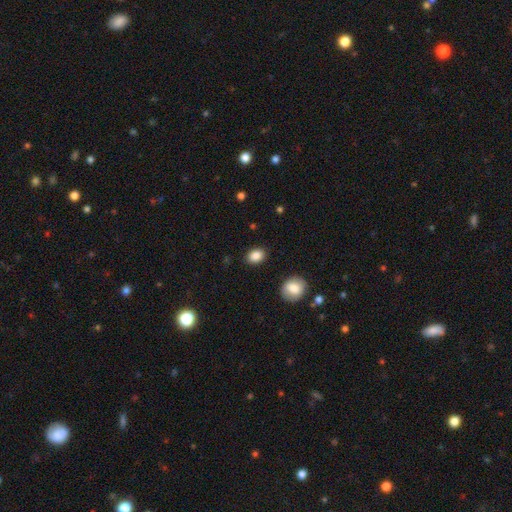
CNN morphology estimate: This is clearly a smooth galaxy (87%). How rounded: likely in between (62%). Merging: clearly none (88%).